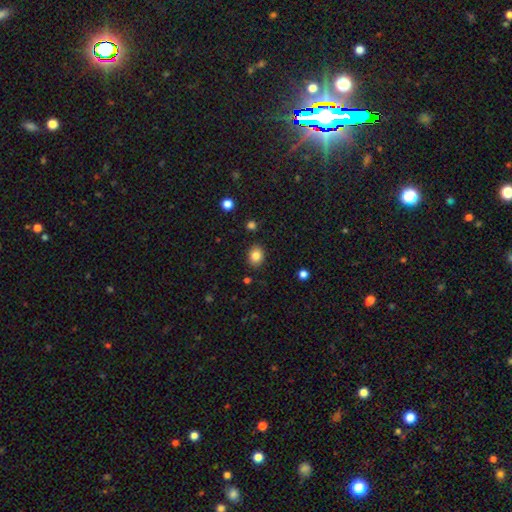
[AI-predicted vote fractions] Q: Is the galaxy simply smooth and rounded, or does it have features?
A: smooth — 83%.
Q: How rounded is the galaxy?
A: in between — 52%.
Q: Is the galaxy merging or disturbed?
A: none — 87%.